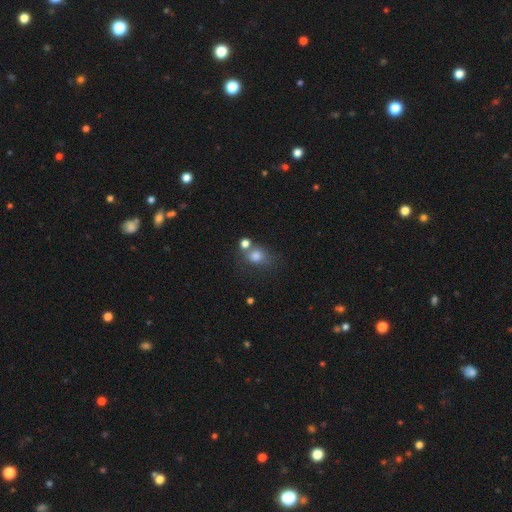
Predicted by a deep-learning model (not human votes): A smooth galaxy with no disk features (77%) that is round (53%).

Vote fractions:
- Smooth or featured? smooth: 77% / star or artifact: 14% / featured or disk: 10%
- How rounded? round: 53% / in between: 46% / cigar-shaped: 2%
- Merging? none: 52% / merger: 22% / minor disturbance: 17% / major disturbance: 8%